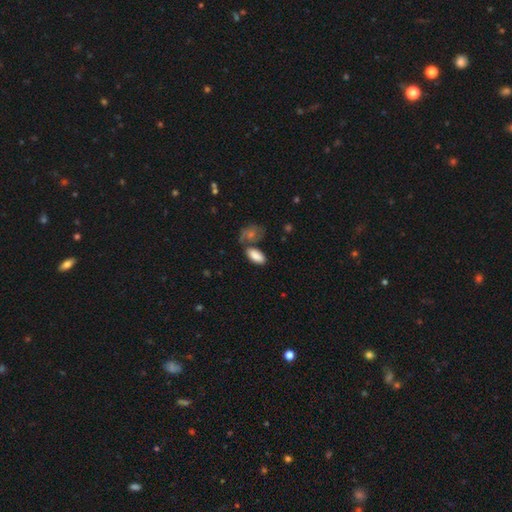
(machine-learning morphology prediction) Smooth or featured: smooth — 85% (featured or disk — 8%)
How rounded: in between — 92% (cigar-shaped — 5%)
Merging: none — 52% (merger — 25%)